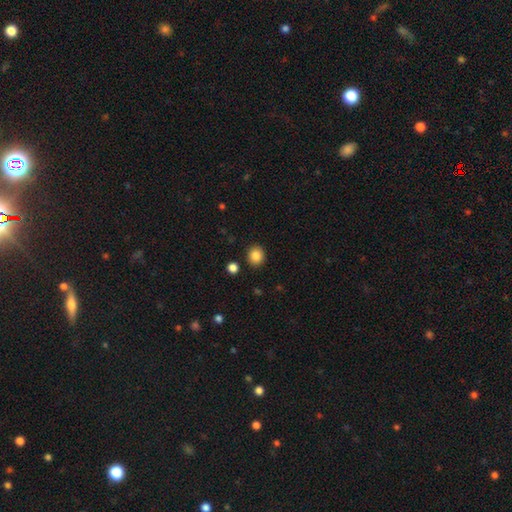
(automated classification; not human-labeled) Smooth or featured? Predicted: smooth (p=0.86). How rounded? Predicted: round (p=0.81). Merging? Predicted: none (p=0.90).